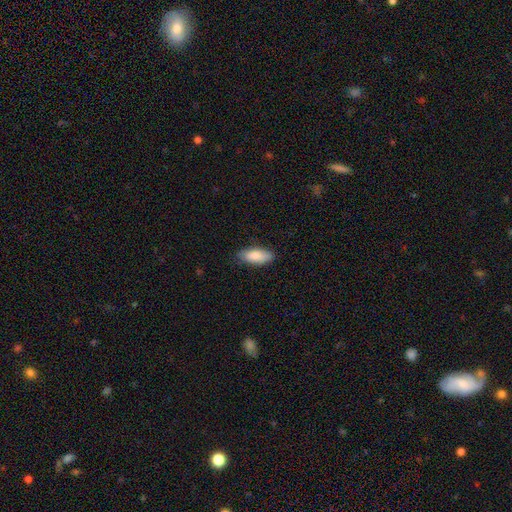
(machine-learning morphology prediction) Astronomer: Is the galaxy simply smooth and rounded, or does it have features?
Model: smooth — 85%.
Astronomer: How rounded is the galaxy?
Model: in between — 78%.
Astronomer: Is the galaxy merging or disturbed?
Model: none — 82%.